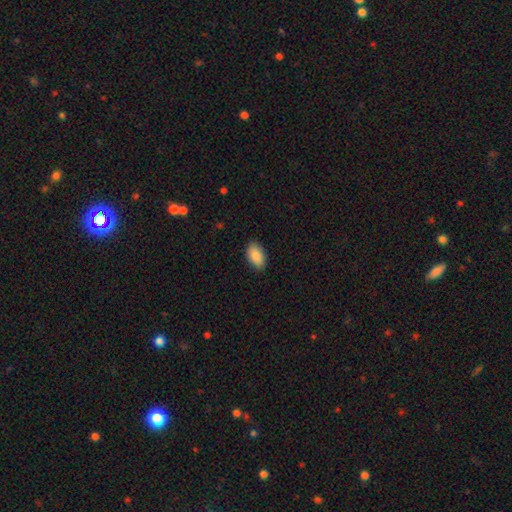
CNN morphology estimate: This appears to be a smooth galaxy with no disk features (88%) that is in between round and cigar-shaped (94%). Merging: none (86%).